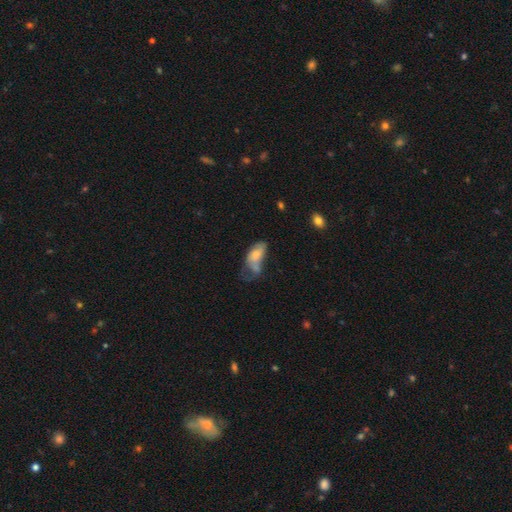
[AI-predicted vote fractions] Overall: smooth (66%). How rounded: in between (89%). Merging: major disturbance (42%; minor disturbance 25%).